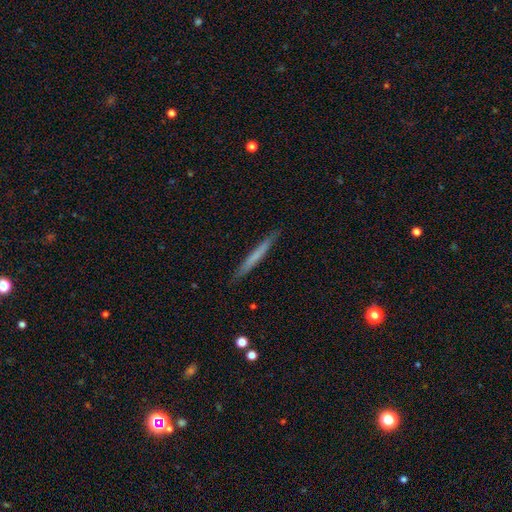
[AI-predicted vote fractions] A smooth galaxy with no disk features (59%) that is cigar-shaped (97%). Merging: none (90%).